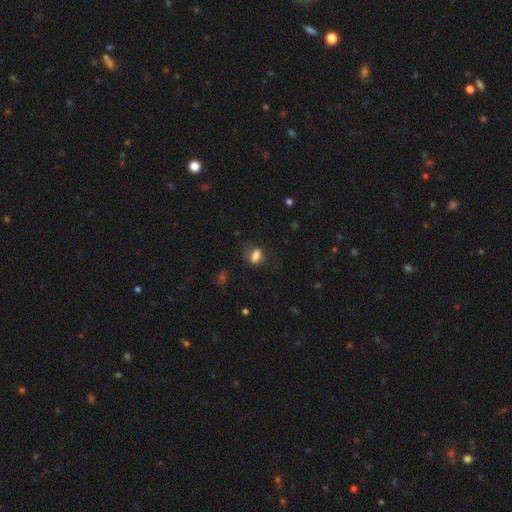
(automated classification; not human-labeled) This is likely a smooth galaxy (78%). How rounded: clearly in between (81%). Merging: possibly none (58%).